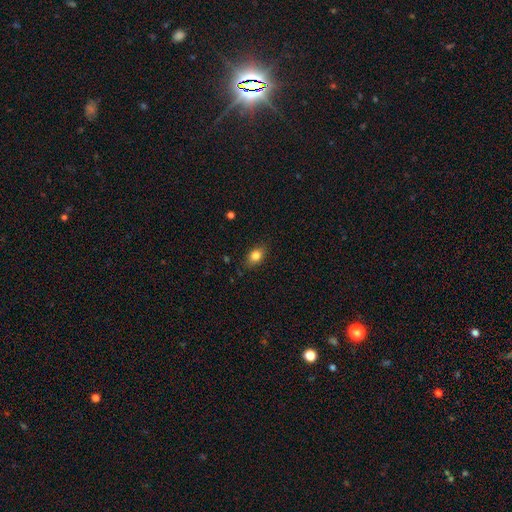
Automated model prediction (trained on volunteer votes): This appears to be a smooth galaxy with no disk features (81%) that is in between round and cigar-shaped (77%). Merging: none (84%).